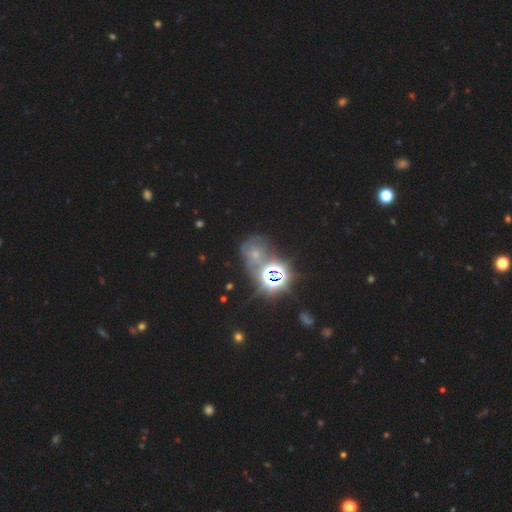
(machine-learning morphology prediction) Smooth or featured? star or artifact (61%)